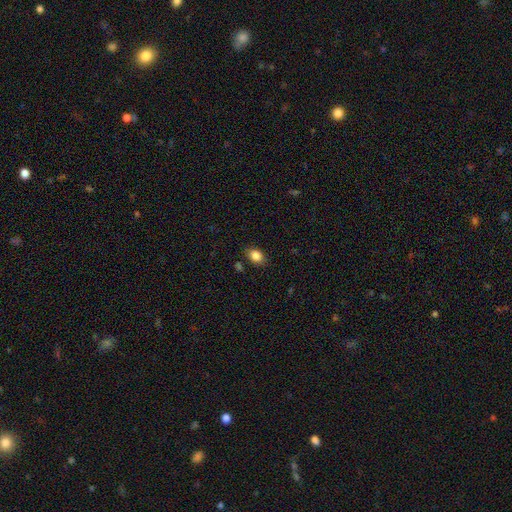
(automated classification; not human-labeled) Smooth or featured? Predicted: smooth (p=0.85). How rounded? Predicted: in between (p=0.77). Merging? Predicted: none (p=0.83).